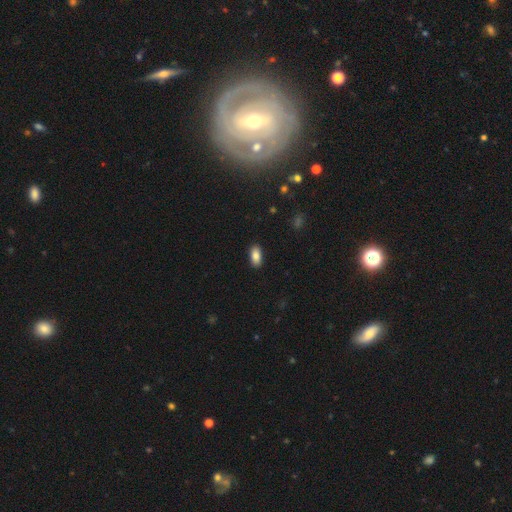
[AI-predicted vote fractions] Smooth or featured? smooth (86%)
How rounded? in between (91%)
Merging? none (89%)